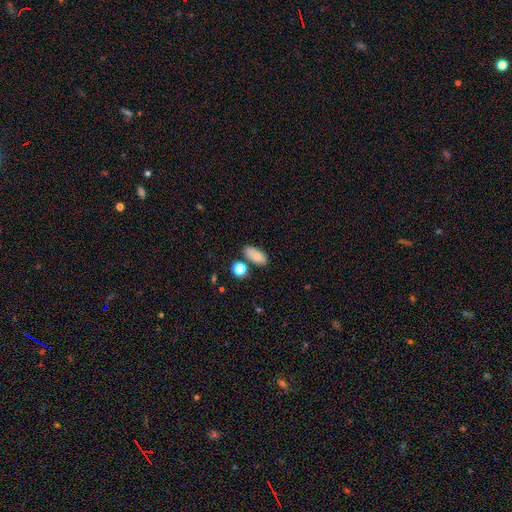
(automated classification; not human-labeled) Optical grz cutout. It shows a smooth galaxy with no disk features (83%) that is in between round and cigar-shaped (86%). Merging: none (70%).